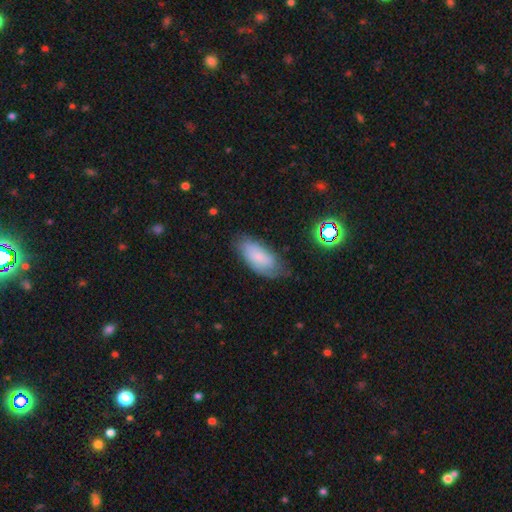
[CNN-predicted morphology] Smooth or featured? smooth (66%)
How rounded? in between (85%)
Merging? none (66%)